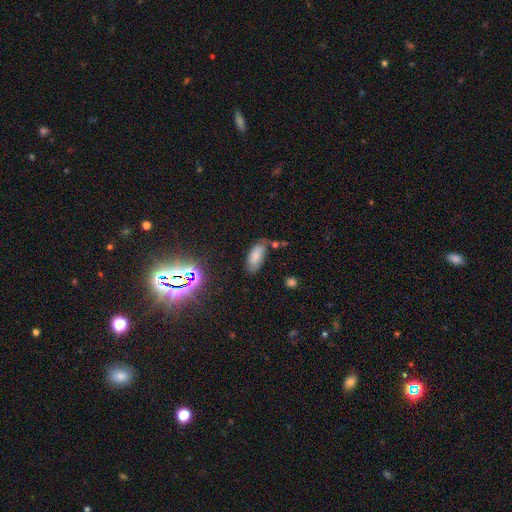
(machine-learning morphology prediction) This is likely a smooth galaxy (78%). How rounded: clearly in between (85%). Merging: likely none (64%).